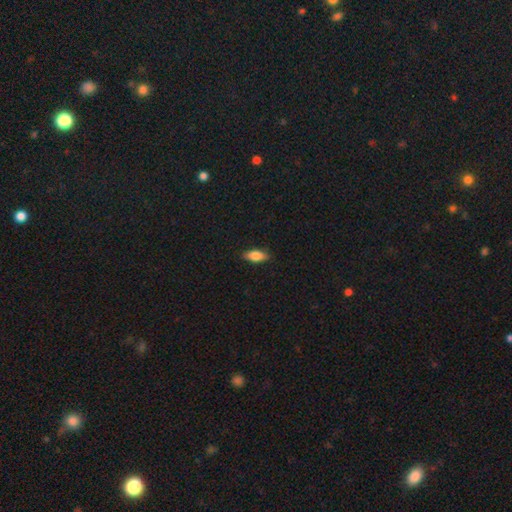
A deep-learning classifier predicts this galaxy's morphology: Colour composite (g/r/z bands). It shows a smooth galaxy with no disk features (82%) that is in between round and cigar-shaped (82%). Merging: none (87%).